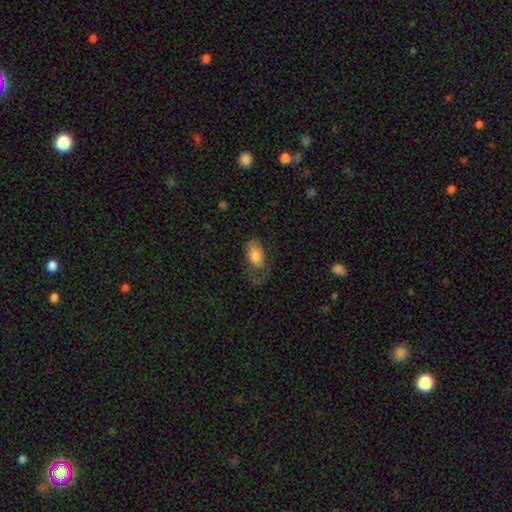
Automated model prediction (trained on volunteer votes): Morphology: type=smooth (75%); roundness=in between (92%); merging=major disturbance (36%).